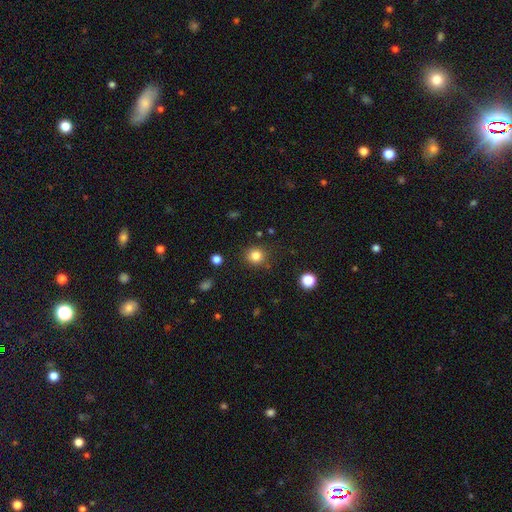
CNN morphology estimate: Smooth or featured?
  - smooth: 83% *
  - star or artifact: 12%
  - featured or disk: 5%
How rounded?
  - round: 88% *
  - in between: 12%
  - cigar-shaped: 1%
Merging?
  - none: 84% *
  - minor disturbance: 10%
  - major disturbance: 3%
  - merger: 3%